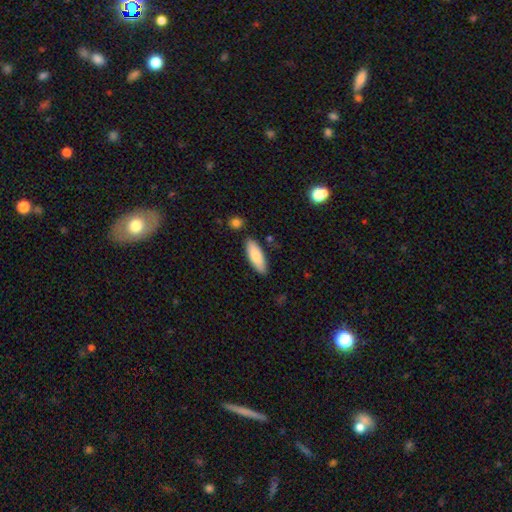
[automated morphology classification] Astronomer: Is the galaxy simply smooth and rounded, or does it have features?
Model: smooth — 84%.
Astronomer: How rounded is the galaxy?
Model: in between — 68%.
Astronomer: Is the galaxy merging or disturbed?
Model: none — 84%.